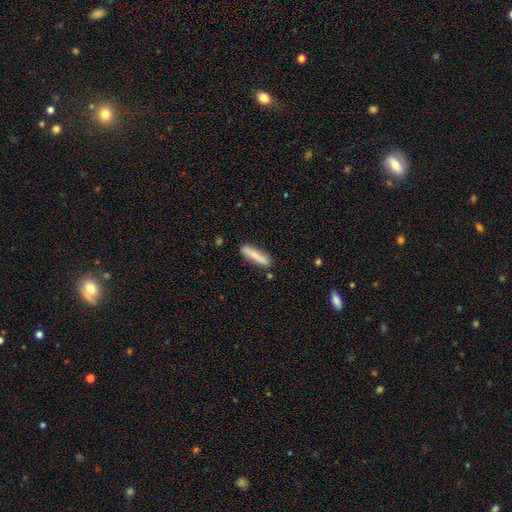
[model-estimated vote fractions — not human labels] This appears to be a smooth galaxy with no disk features (76%) that is cigar-shaped (84%). Merging: none (83%).